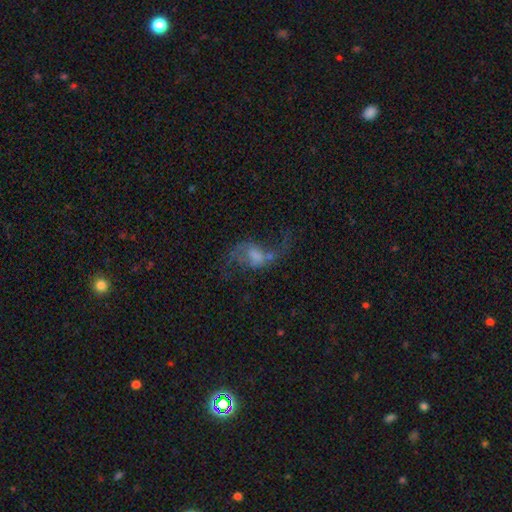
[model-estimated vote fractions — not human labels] smooth-or-featured: featured or disk: 73% | smooth: 15% | star or artifact: 11%
  disk-edge-on: no: 96% | yes: 4%
    bar: no: 44% (tied) | weak: 44% (tied) | strong: 12%
    has-spiral-arms: yes: 87% | no: 13%
      spiral-winding: loose: 82% | medium: 15% | tight: 3%
      spiral-arm-count: 2: 87% | 1: 6% | can't tell: 4% | 3: 1% | 4: 1% | more than 4: 1%
    bulge-size: moderate: 33% | none: 26% | small: 26% | large: 12% | dominant: 3%
  merging: none: 51% | major disturbance: 27% | minor disturbance: 16% | merger: 7%